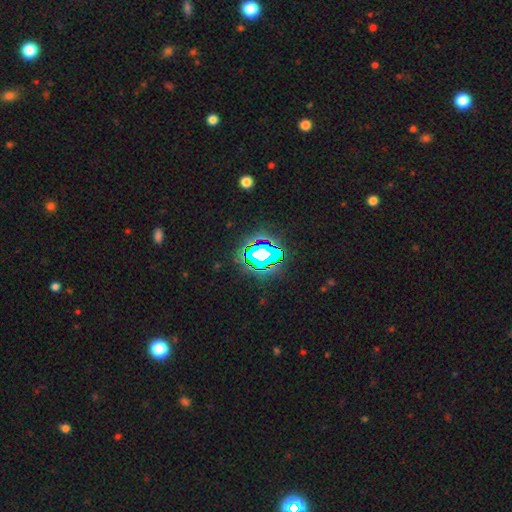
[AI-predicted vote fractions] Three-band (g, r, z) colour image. It shows a star or artifact, not a galaxy (78%).